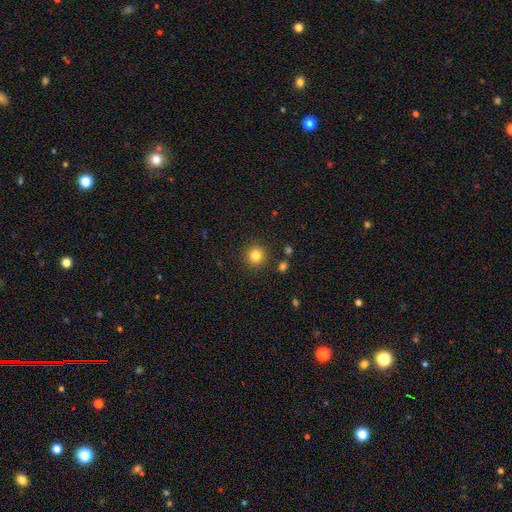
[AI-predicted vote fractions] A smooth galaxy with no disk features (83%) that is round (94%).

Vote fractions:
- Smooth or featured? smooth: 83% / star or artifact: 12% / featured or disk: 5%
- How rounded? round: 94% / in between: 5% / cigar-shaped: 1%
- Merging? none: 90% / minor disturbance: 6% / merger: 2% / major disturbance: 2%